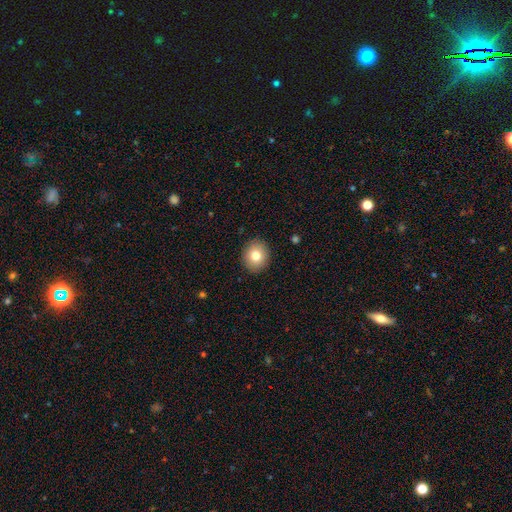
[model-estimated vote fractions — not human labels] This is likely a smooth galaxy (79%). How rounded: likely round (73%). Merging: clearly none (91%).